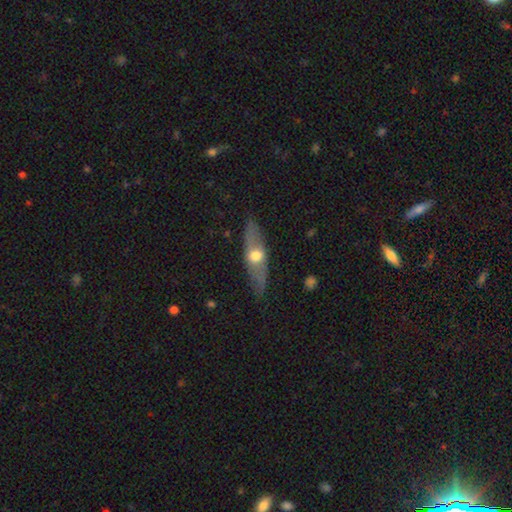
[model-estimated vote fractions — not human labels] A featured or disk galaxy (54%) viewed edge-on (71%).

Vote fractions:
- Smooth or featured? featured or disk: 54% / smooth: 40% / star or artifact: 6%
- Edge-on disk? yes: 71% / no: 29%
- Merging? none: 83% / minor disturbance: 12% / major disturbance: 3% / merger: 1%